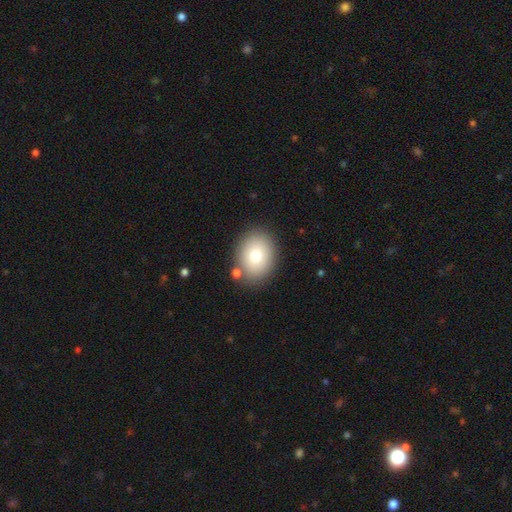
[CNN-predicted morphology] Overall: smooth (78%). How rounded: in between (57%; round 42%). Merging: none (83%).